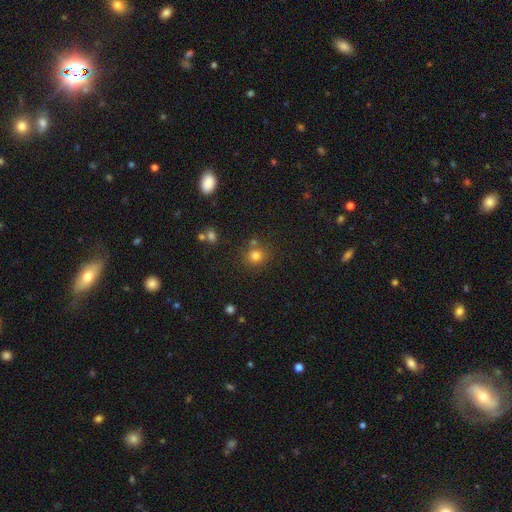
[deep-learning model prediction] smooth 79%, star or artifact 14%, featured or disk 7%. Down the decision tree: how rounded — round (84%); merging — none (73%).